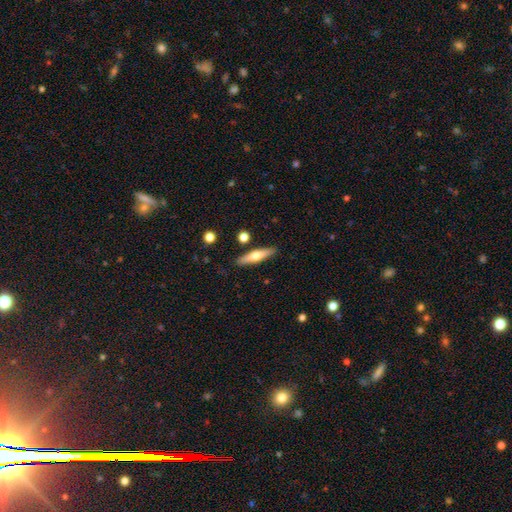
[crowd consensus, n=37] A smooth galaxy with no disk features (54%) that is cigar-shaped (85%). Merging: none (89%).